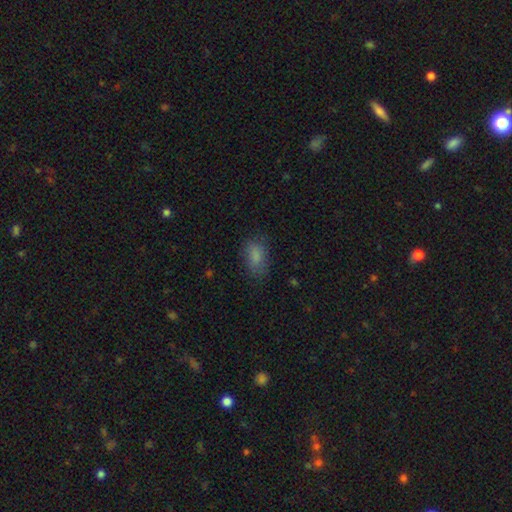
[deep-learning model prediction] Overall: smooth (83%). How rounded: in between (88%). Merging: none (71%).